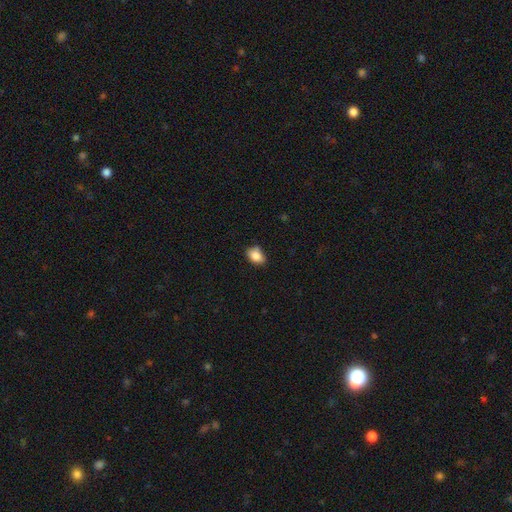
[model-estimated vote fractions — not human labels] smooth 86%, star or artifact 8%, featured or disk 6%. Down the decision tree: how rounded — in between (82%); merging — none (74%).